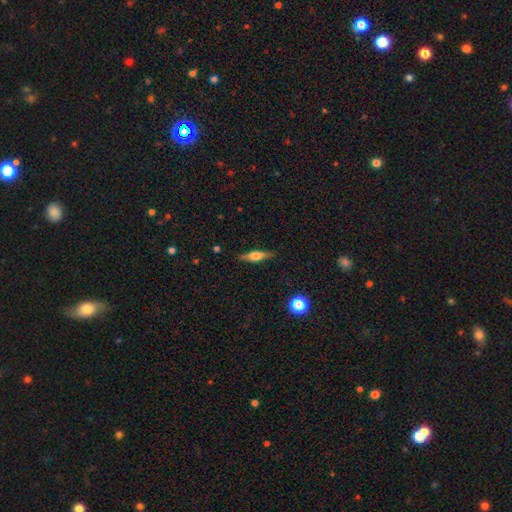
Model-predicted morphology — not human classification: type=featured or disk (53%); edge-on=yes (94%); edge-on bulge=rounded (87%); merging=none (85%).